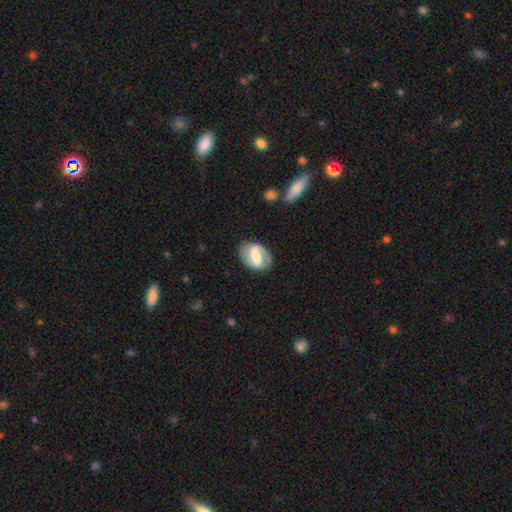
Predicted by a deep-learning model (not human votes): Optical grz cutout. It shows a featured or disk galaxy (69%) with a strong bar (51%), 2 (86%) medium (45%) spiral arms (82%) and a moderate central bulge (43%). Merging: none (79%).